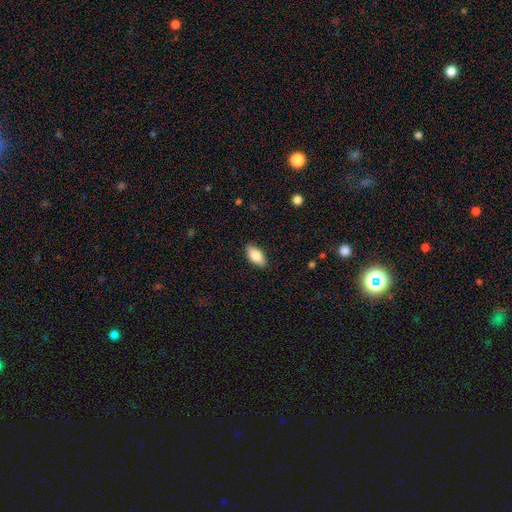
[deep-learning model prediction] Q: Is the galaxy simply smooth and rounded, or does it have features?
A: smooth — 80%.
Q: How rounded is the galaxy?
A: in between — 88%.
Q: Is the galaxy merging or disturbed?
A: none — 87%.